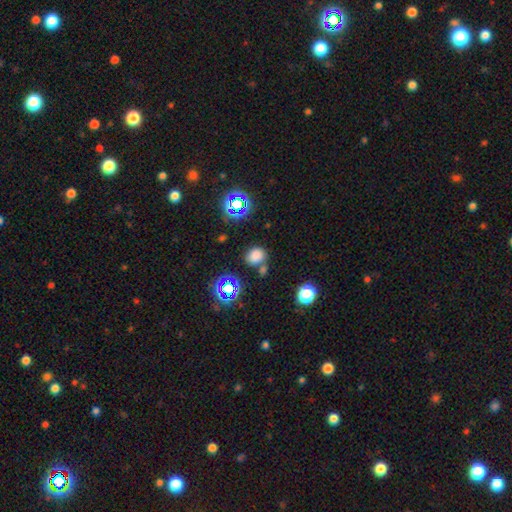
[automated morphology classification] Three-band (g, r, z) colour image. It shows a smooth galaxy with no disk features (71%) that is round (59%). Merging: none (68%).